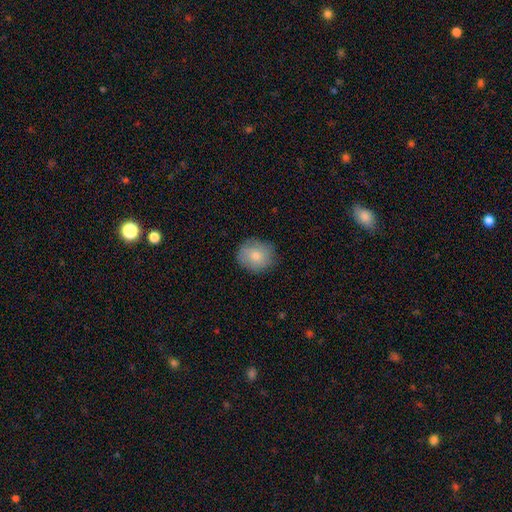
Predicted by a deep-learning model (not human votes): A smooth galaxy with no disk features (79%) that is round (77%).

Vote fractions:
- Smooth or featured? smooth: 79% / featured or disk: 14% / star or artifact: 7%
- How rounded? round: 77% / in between: 22% / cigar-shaped: 1%
- Merging? none: 81% / minor disturbance: 15% / major disturbance: 3% / merger: 1%